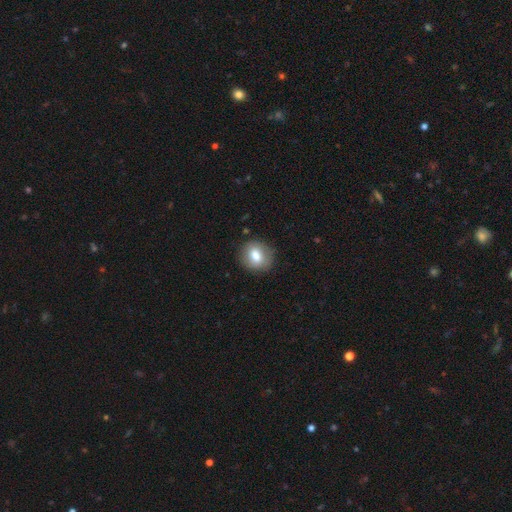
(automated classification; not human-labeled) smooth-or-featured: smooth: 76% | featured or disk: 16% | star or artifact: 8%
  how-rounded: round: 68% | in between: 31% | cigar-shaped: 1%
  merging: none: 85% | minor disturbance: 10% | major disturbance: 3% | merger: 1%